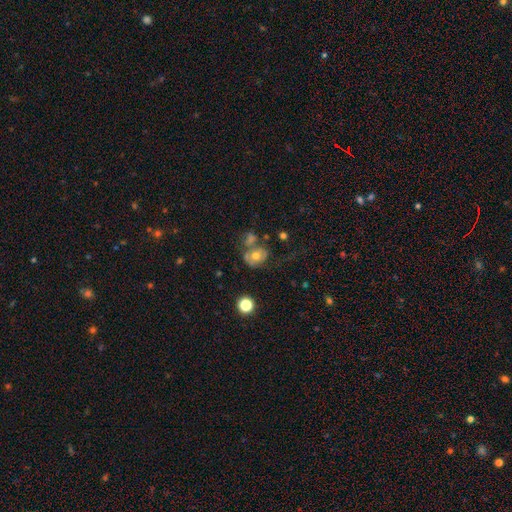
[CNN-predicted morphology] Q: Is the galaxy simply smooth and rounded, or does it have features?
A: smooth — 50%.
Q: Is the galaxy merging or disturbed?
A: none — 36%.